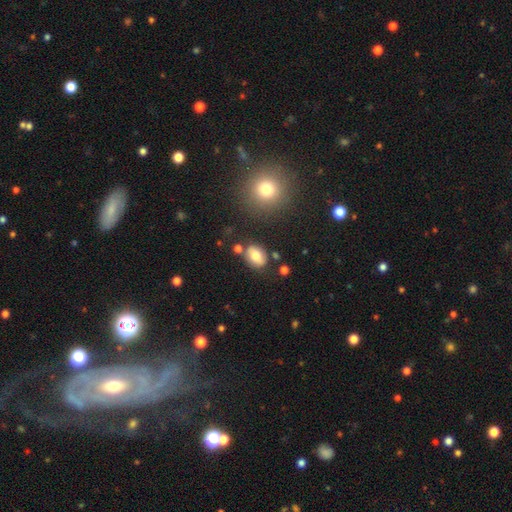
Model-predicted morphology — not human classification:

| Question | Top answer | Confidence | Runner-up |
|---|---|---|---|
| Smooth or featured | smooth | 73% | featured or disk (18%) |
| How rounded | in between | 70% | round (28%) |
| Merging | none | 74% | minor disturbance (14%) |